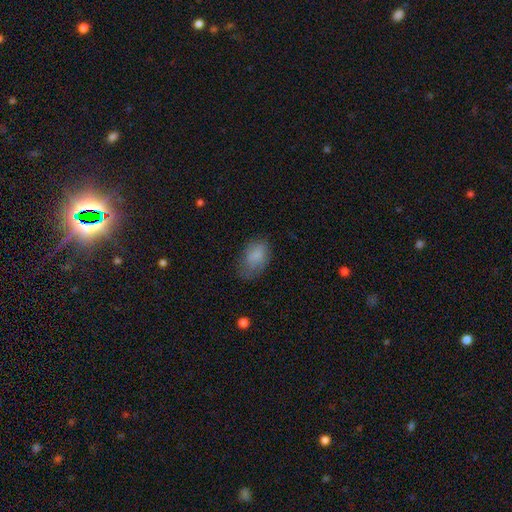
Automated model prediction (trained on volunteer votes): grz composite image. It shows a smooth galaxy with no disk features (80%) that is in between round and cigar-shaped (88%). Merging: none (56%).